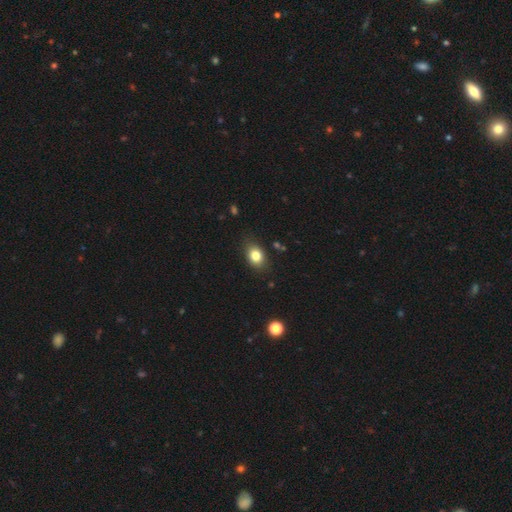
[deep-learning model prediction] Overall: smooth (82%). How rounded: in between (75%). Merging: none (83%).